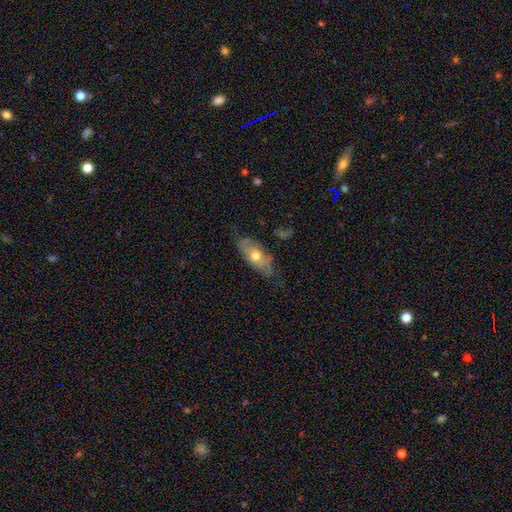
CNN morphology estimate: The model was most divided on "smooth or featured": smooth: 51%, featured or disk: 43%, star or artifact: 6%. More confident: how rounded — in between (84%); merging — none (64%).